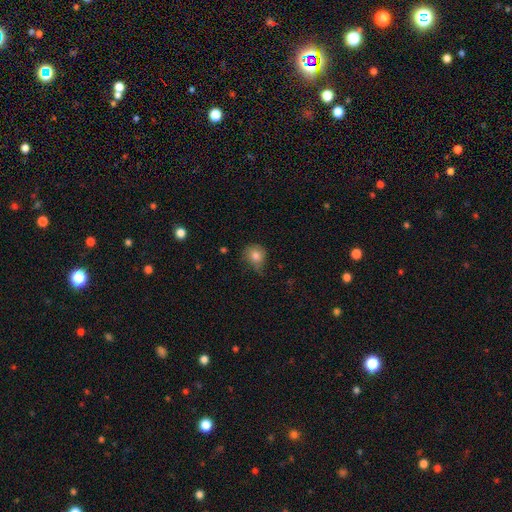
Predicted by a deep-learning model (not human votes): This is likely a smooth galaxy (77%). How rounded: likely round (75%). Merging: possibly none (48%).